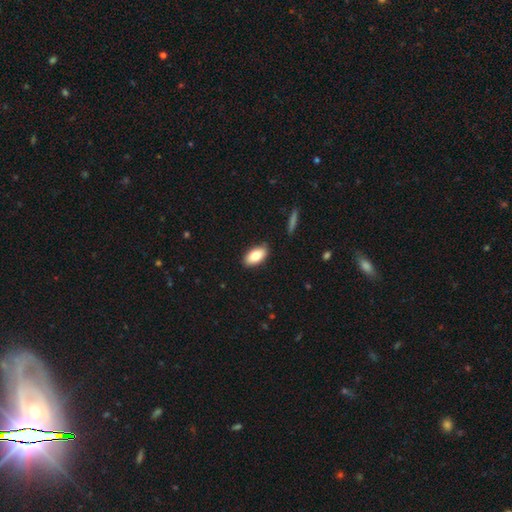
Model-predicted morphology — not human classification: A smooth galaxy with no disk features (81%) that is in between round and cigar-shaped (92%).

Vote fractions:
- Smooth or featured? smooth: 81% / featured or disk: 13% / star or artifact: 7%
- How rounded? in between: 92% / cigar-shaped: 4% / round: 4%
- Merging? none: 87% / minor disturbance: 10% / major disturbance: 2% / merger: 1%